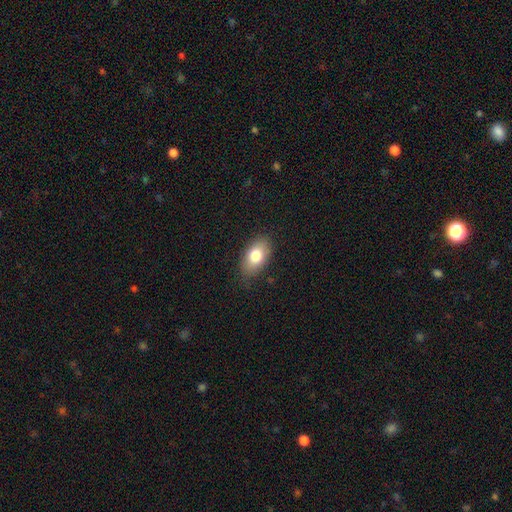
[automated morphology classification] Smooth or featured? smooth (78%)
How rounded? in between (90%)
Merging? none (81%)